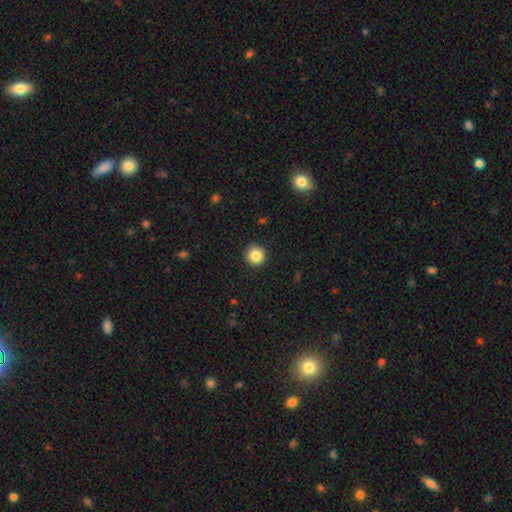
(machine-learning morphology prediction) smooth-or-featured: smooth: 85% | star or artifact: 10% | featured or disk: 6%
  how-rounded: round: 95% | in between: 4% | cigar-shaped: 1%
  merging: none: 91% | minor disturbance: 6% | major disturbance: 2% | merger: 1%